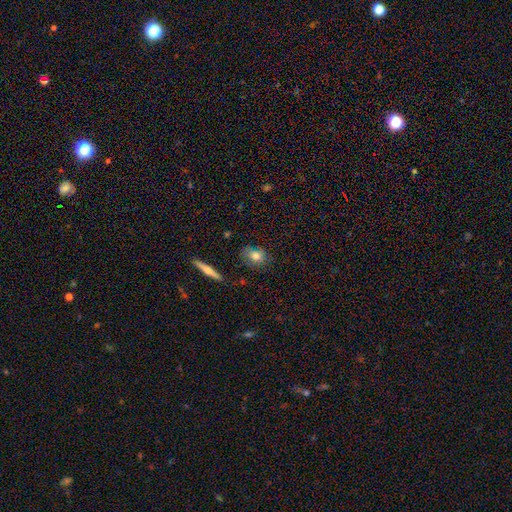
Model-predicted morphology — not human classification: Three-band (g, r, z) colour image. It shows a smooth galaxy with no disk features (70%) that is in between round and cigar-shaped (65%). Merging: none (74%).